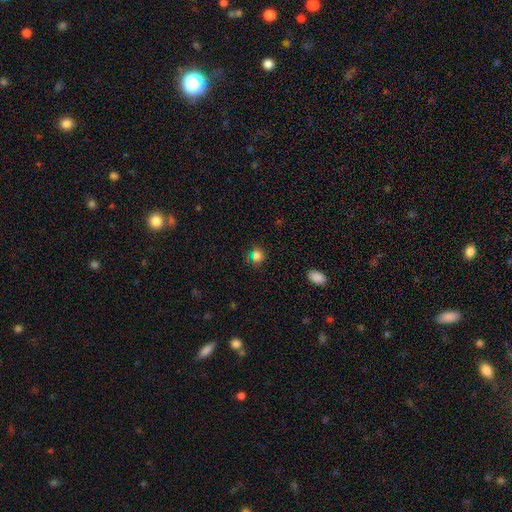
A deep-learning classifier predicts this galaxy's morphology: smooth 74%, star or artifact 21%, featured or disk 5%. Down the decision tree: how rounded — round (75%); merging — none (82%).